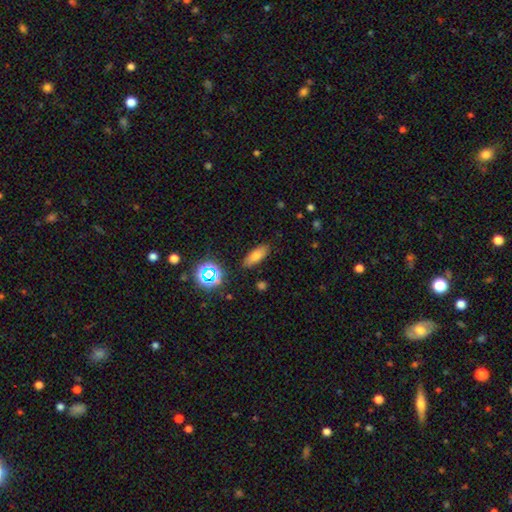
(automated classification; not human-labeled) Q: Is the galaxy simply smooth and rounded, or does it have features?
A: smooth — 71%.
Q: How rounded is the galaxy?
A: in between — 69%.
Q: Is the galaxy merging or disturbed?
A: none — 85%.